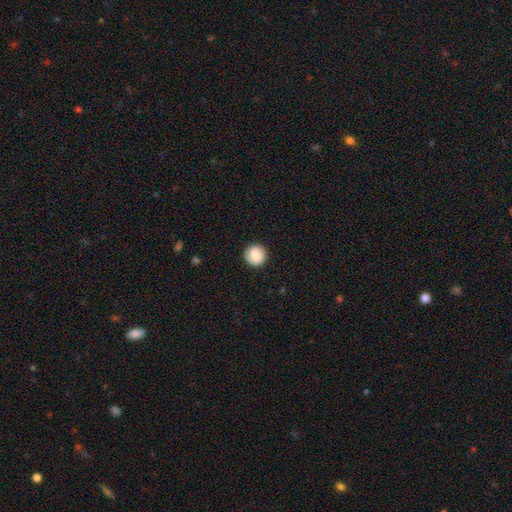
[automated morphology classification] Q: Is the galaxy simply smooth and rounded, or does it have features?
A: smooth — 76%.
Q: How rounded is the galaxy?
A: round — 92%.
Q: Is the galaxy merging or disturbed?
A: none — 88%.